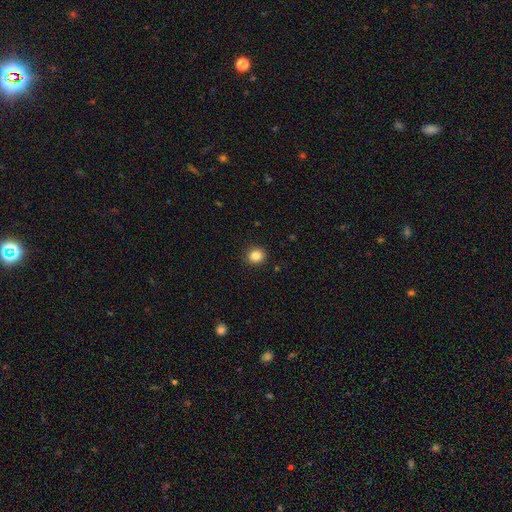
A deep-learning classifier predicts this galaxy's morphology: Smooth or featured: smooth — 84% (star or artifact — 11%)
How rounded: round — 85% (in between — 14%)
Merging: none — 91% (minor disturbance — 6%)